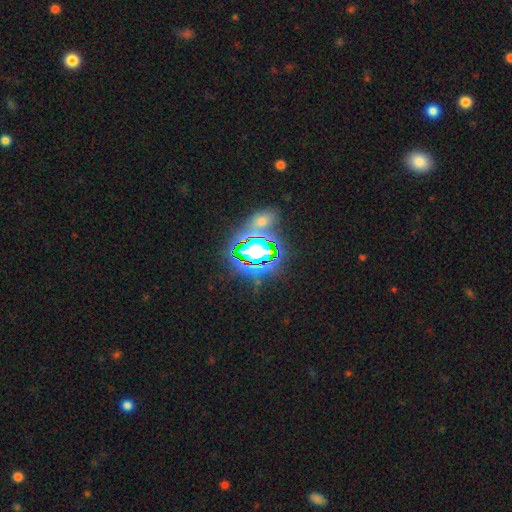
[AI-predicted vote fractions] A star or artifact, not a galaxy (69%).

Vote fractions:
- Smooth or featured? star or artifact: 69% / smooth: 19% / featured or disk: 12%